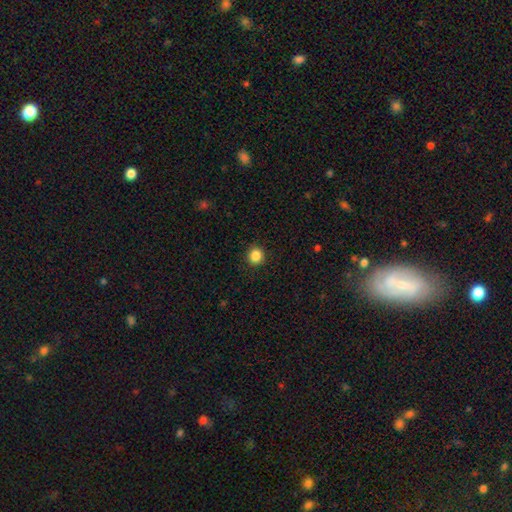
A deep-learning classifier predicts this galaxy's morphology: Smooth or featured?
  - smooth: 86% *
  - star or artifact: 11%
  - featured or disk: 3%
How rounded?
  - round: 91% *
  - in between: 8%
  - cigar-shaped: 1%
Merging?
  - none: 91% *
  - minor disturbance: 6%
  - major disturbance: 2%
  - merger: 1%